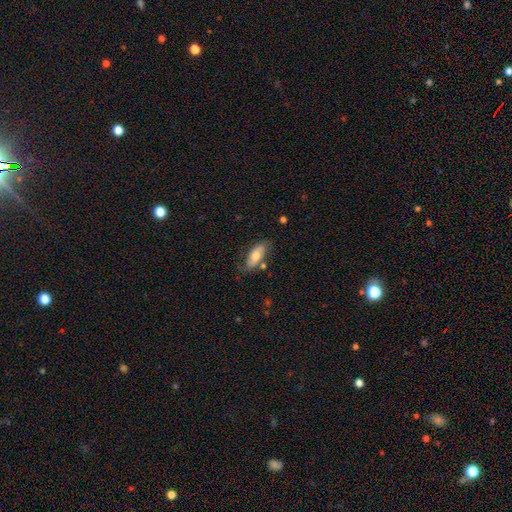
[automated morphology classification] smooth_or_featured: smooth (p=0.63) [alt: featured or disk p=0.30]
how_rounded: in between (p=0.81) [alt: cigar-shaped p=0.16]
merging: none (p=0.68) [alt: minor disturbance p=0.21]